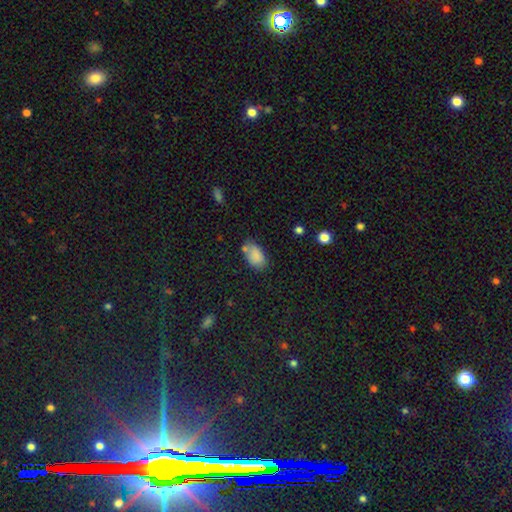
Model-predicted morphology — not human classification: The model was most divided on "merging": none: 60%, minor disturbance: 22%, merger: 11%, major disturbance: 6%. More confident: how rounded — in between (91%); smooth or featured — smooth (84%).